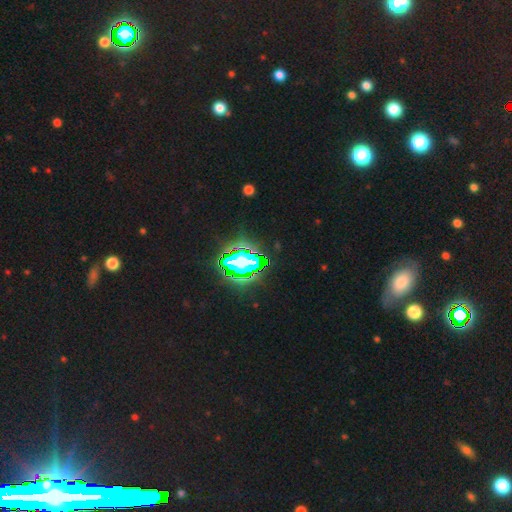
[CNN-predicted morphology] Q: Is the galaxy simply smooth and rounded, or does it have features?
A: star or artifact — 76%.